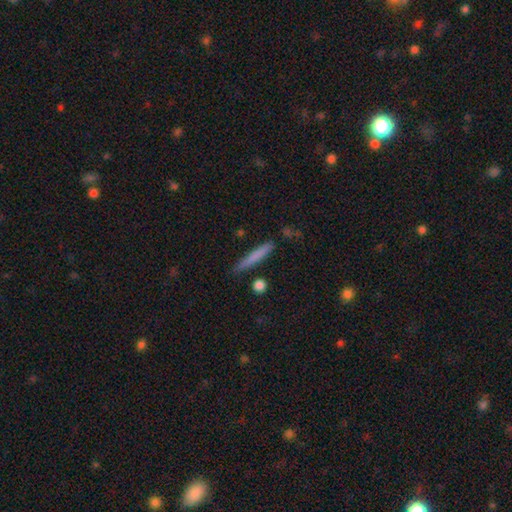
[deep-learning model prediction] Overall: smooth (73%). How rounded: cigar-shaped (95%). Merging: none (82%).